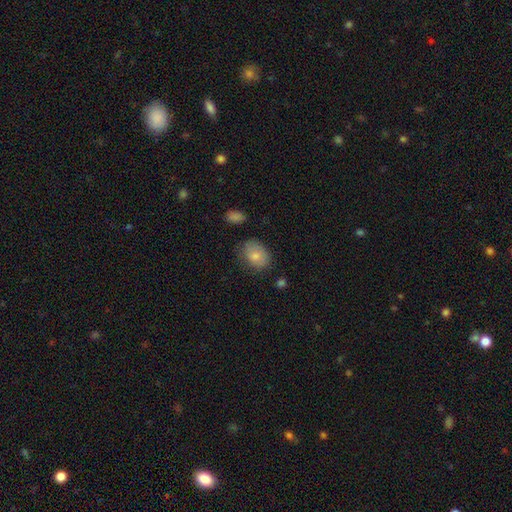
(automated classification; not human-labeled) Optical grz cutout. It shows a smooth galaxy with no disk features (81%) that is in between round and cigar-shaped (70%). Merging: none (65%).